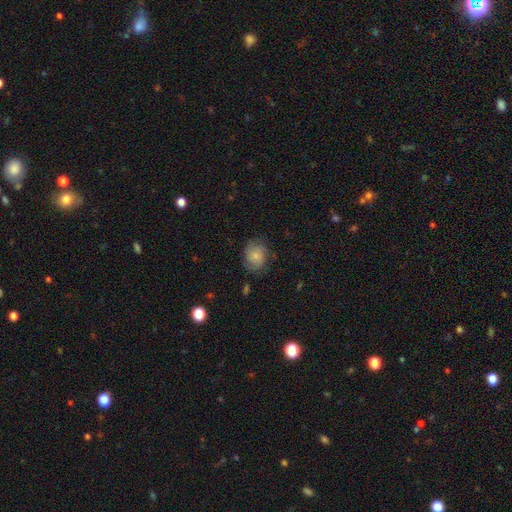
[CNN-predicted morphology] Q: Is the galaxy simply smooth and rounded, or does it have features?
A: smooth — 72%.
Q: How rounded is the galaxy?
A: round — 59%.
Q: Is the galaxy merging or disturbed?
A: none — 74%.